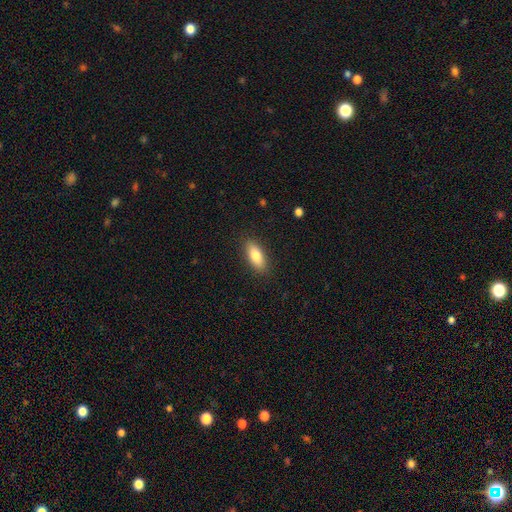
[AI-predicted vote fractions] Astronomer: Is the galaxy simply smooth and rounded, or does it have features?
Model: smooth — 80%.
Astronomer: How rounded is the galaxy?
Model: in between — 77%.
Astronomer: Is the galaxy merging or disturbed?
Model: none — 88%.